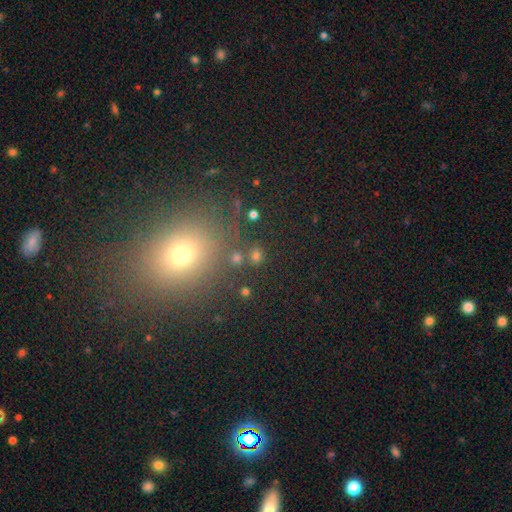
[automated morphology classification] This is possibly a smooth galaxy (56%). How rounded: likely round (76%). Merging: clearly none (81%).